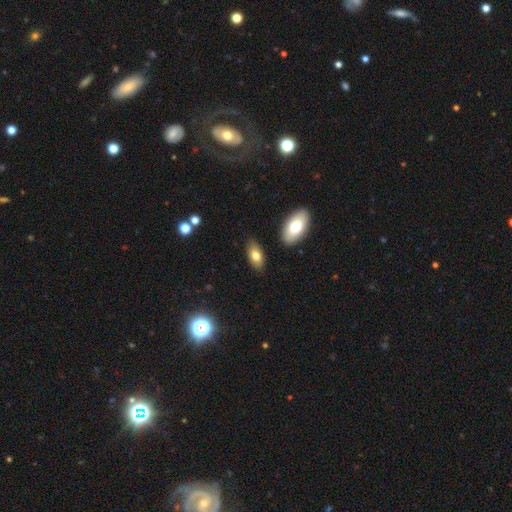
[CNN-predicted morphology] Smooth or featured?
  - smooth: 77% *
  - featured or disk: 15%
  - star or artifact: 7%
How rounded?
  - in between: 92% *
  - cigar-shaped: 5%
  - round: 3%
Merging?
  - none: 83% *
  - minor disturbance: 11%
  - merger: 3%
  - major disturbance: 2%